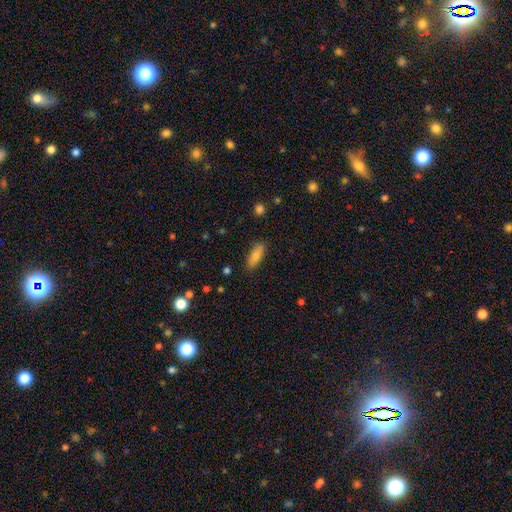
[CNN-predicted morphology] smooth-or-featured: smooth: 81% | featured or disk: 11% | star or artifact: 8%
  how-rounded: in between: 67% | cigar-shaped: 30% | round: 2%
  merging: none: 85% | minor disturbance: 11% | major disturbance: 3% | merger: 1%